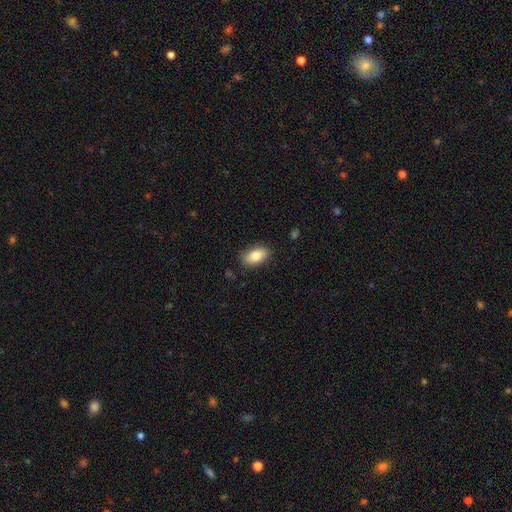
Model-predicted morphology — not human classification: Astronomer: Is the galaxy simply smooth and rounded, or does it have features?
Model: smooth — 82%.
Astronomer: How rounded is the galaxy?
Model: in between — 91%.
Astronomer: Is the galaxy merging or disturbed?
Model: none — 85%.